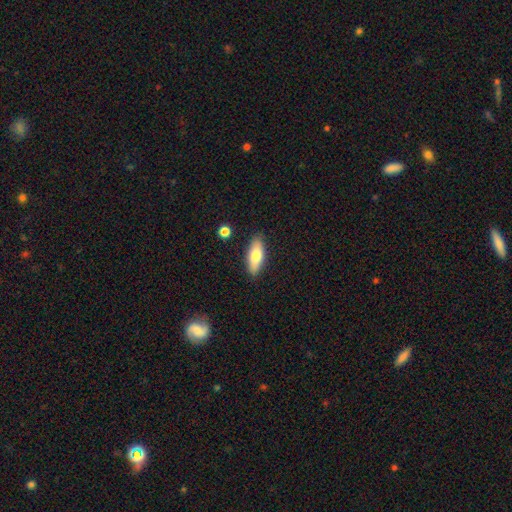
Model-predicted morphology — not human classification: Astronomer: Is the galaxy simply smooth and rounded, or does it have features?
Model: smooth — 76%.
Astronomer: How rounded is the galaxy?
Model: in between — 71%.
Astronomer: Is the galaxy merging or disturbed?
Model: none — 86%.